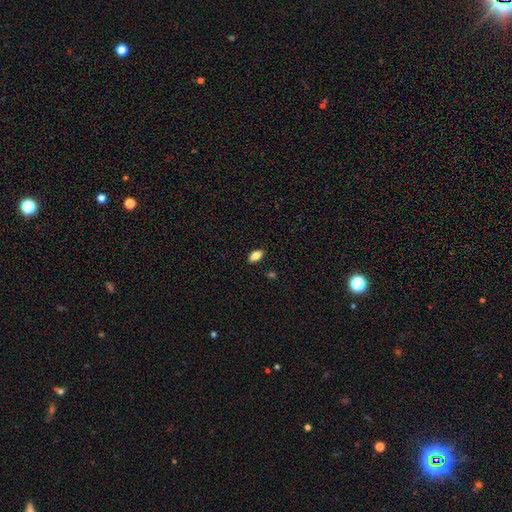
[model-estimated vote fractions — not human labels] This appears to be a smooth galaxy with no disk features (83%) that is in between round and cigar-shaped (91%). Merging: none (89%).